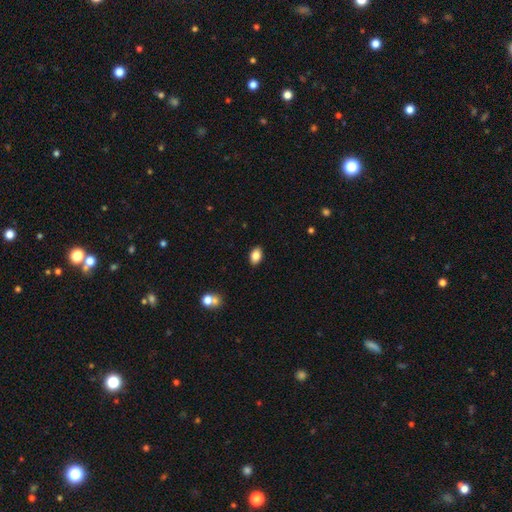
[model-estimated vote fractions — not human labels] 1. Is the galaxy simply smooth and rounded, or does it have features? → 85% smooth, 9% star or artifact, 7% featured or disk.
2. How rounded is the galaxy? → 87% in between, 11% round, 1% cigar-shaped.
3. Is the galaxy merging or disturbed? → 89% none, 8% minor disturbance, 2% major disturbance, 1% merger.